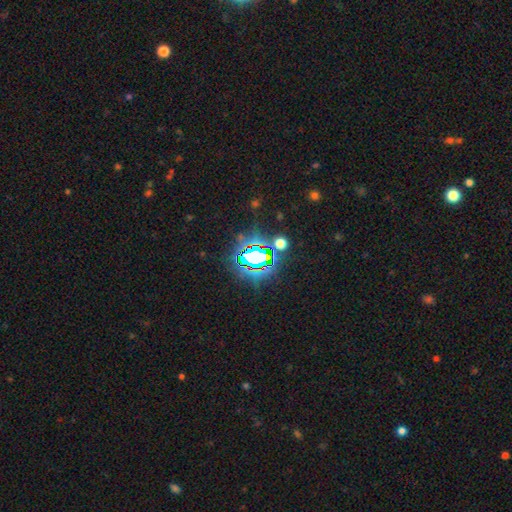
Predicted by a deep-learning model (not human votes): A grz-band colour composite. It shows a star or artifact, not a galaxy (73%).